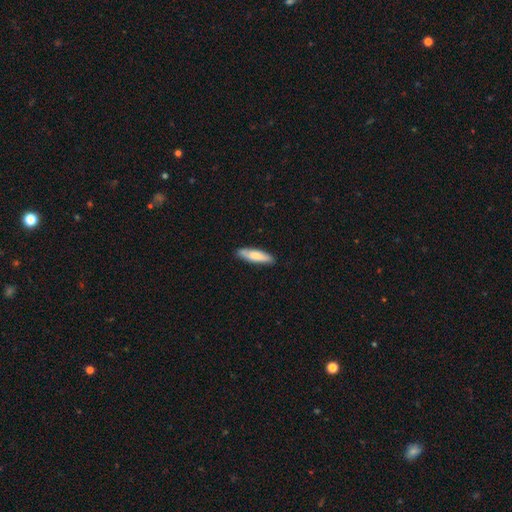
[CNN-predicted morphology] Smooth or featured? smooth (74%)
How rounded? cigar-shaped (66%)
Merging? none (86%)